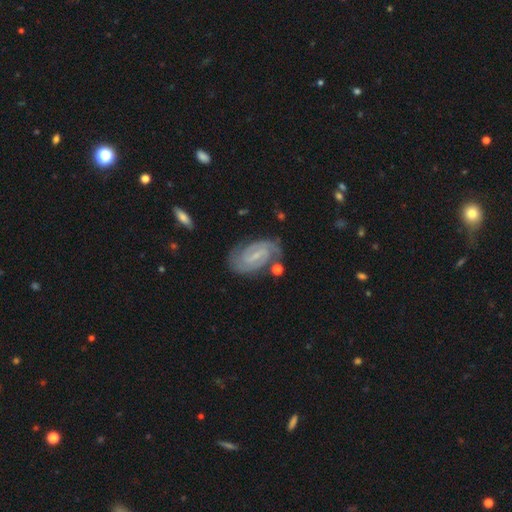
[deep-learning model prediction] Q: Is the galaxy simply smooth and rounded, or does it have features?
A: featured or disk — 86%.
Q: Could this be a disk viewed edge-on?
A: no — 97%.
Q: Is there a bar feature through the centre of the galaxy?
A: weak — 50%.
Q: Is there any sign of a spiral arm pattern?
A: yes — 97%.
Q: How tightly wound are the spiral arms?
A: tight — 55%.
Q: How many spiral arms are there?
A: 2 — 85%.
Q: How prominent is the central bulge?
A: small — 66%.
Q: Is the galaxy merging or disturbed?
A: none — 77%.